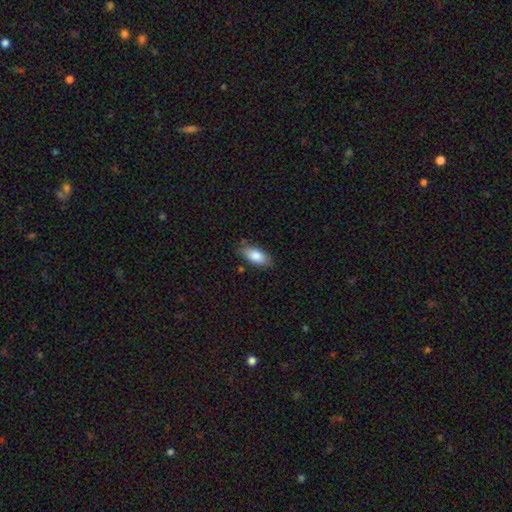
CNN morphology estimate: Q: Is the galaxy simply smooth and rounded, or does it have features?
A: smooth — 84%.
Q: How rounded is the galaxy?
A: in between — 88%.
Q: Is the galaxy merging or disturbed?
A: none — 81%.